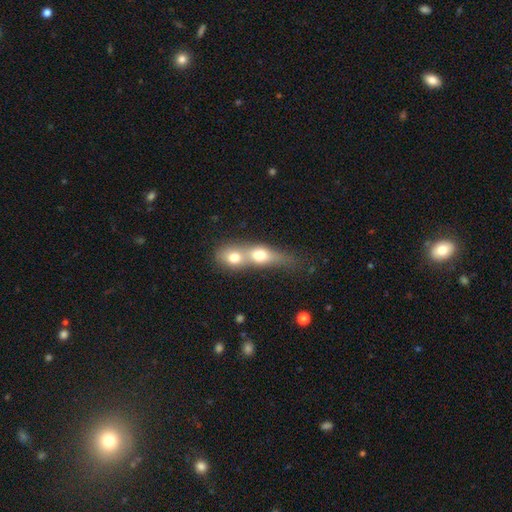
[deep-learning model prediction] The model was most divided on "how rounded": in between: 36%, cigar-shaped: 35%, round: 30%. More confident: merging — merger (74%); smooth or featured — smooth (55%).